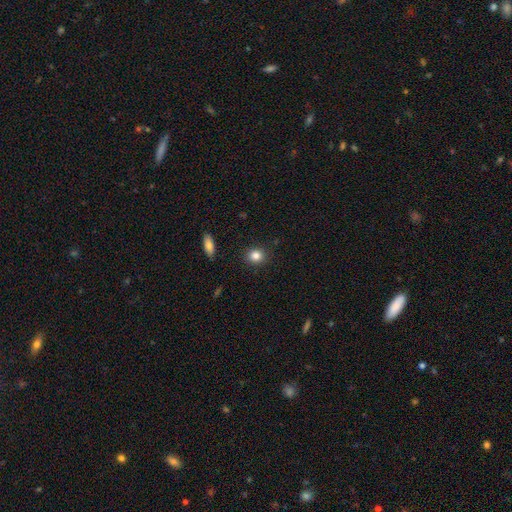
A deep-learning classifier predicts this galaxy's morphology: Q: Smooth or featured?
A: smooth (84%); runner-up: star or artifact (10%)
Q: How rounded?
A: round (75%); runner-up: in between (24%)
Q: Merging?
A: none (89%); runner-up: minor disturbance (7%)